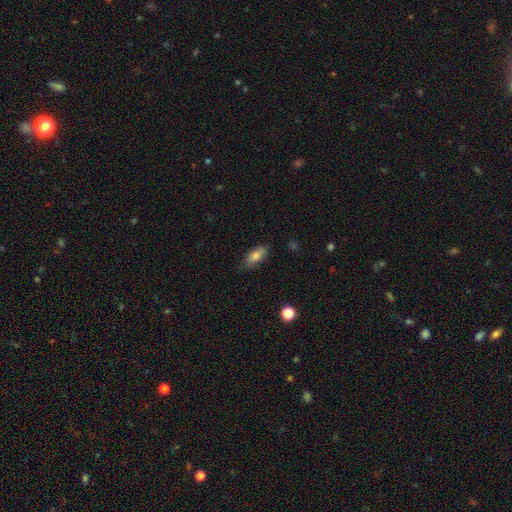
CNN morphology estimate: Q: Smooth or featured?
A: smooth (80%); runner-up: featured or disk (12%)
Q: How rounded?
A: in between (82%); runner-up: cigar-shaped (15%)
Q: Merging?
A: none (80%); runner-up: minor disturbance (15%)